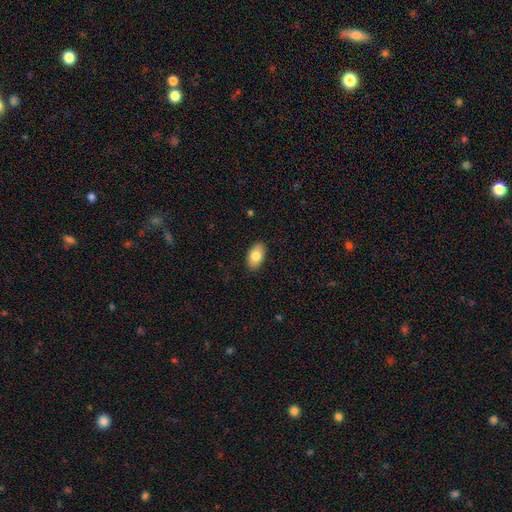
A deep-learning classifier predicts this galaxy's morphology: A smooth galaxy with no disk features (82%) that is in between round and cigar-shaped (93%).

Vote fractions:
- Smooth or featured? smooth: 82% / featured or disk: 12% / star or artifact: 7%
- How rounded? in between: 93% / round: 5% / cigar-shaped: 2%
- Merging? none: 89% / minor disturbance: 8% / major disturbance: 2% / merger: 1%